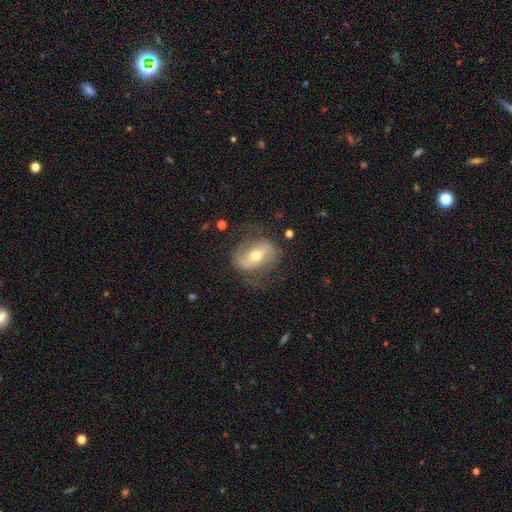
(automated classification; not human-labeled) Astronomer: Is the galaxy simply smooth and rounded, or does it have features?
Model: featured or disk — 71%.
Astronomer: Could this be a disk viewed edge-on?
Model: no — 93%.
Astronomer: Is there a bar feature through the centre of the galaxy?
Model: strong — 43% (runner-up: weak, 34%).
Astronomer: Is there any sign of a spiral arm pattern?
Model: yes — 78%.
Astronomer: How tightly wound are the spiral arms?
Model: medium — 40% (runner-up: loose, 39%).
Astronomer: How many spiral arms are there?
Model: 2 — 82%.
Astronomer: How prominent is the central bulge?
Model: moderate — 63%.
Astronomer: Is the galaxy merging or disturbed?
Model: none — 66%.